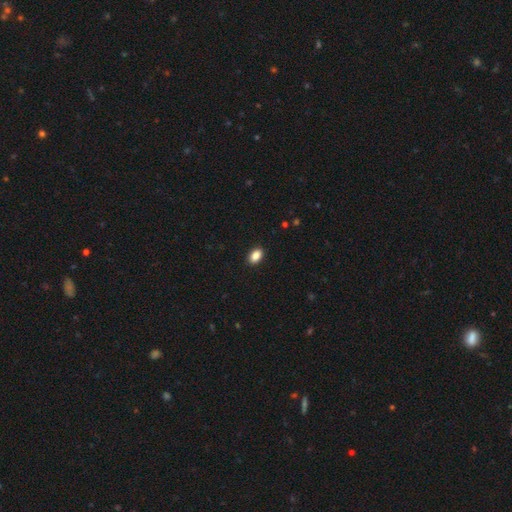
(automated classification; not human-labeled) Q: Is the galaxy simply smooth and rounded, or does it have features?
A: smooth — 89%.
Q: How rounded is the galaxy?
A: in between — 88%.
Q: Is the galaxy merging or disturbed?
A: none — 90%.